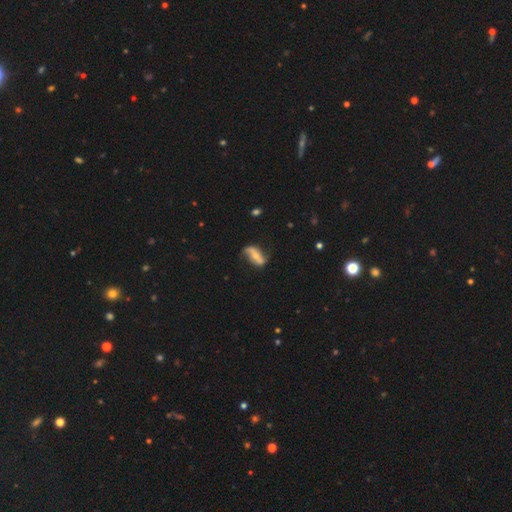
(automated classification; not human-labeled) Smooth or featured? featured or disk (76%)
Edge-on disk? no (91%)
Bar? strong (41%)
Spiral arms? yes (90%)
Spiral winding? loose (78%)
Spiral arm count? 2 (90%)
Bulge size? small (52%)
Merging? none (67%)